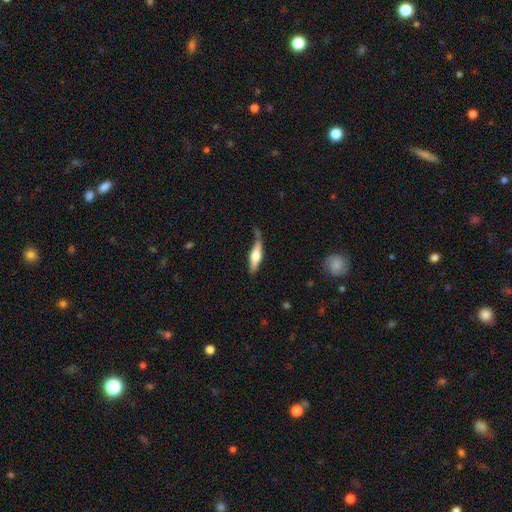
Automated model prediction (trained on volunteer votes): Smooth or featured? Predicted: featured or disk (p=0.54). Edge-on disk? Predicted: yes (p=0.93). Merging? Predicted: none (p=0.67).